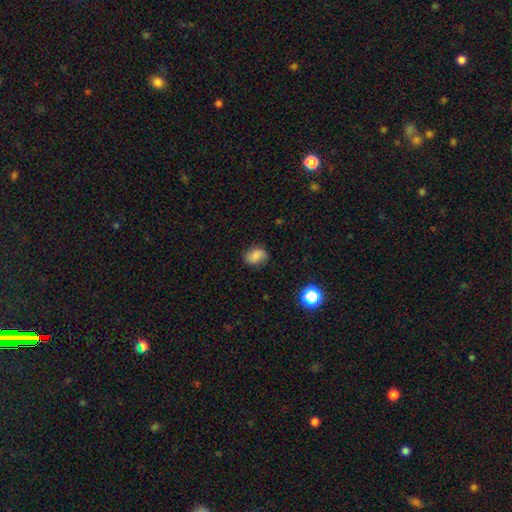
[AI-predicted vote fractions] This appears to be a smooth galaxy with no disk features (77%) that is in between round and cigar-shaped (70%). Merging: none (76%).